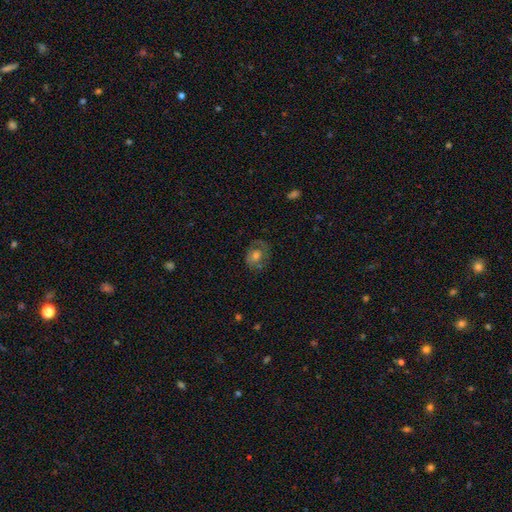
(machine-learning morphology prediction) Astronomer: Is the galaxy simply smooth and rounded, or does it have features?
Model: featured or disk — 48% (runner-up: smooth, 39%).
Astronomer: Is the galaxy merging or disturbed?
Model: none — 71%.